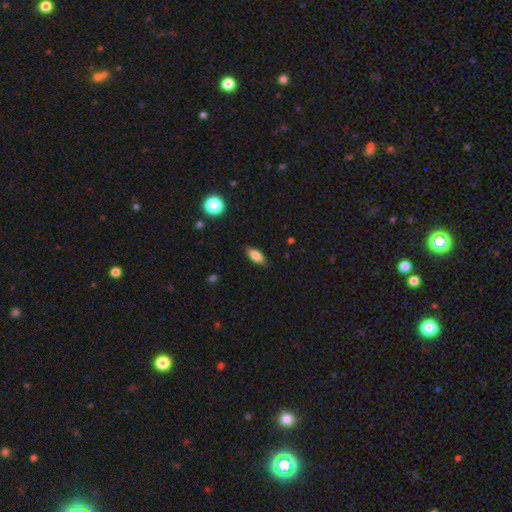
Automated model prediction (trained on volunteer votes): The model was most divided on "how rounded": in between: 80%, cigar-shaped: 17%, round: 3%. More confident: merging — none (86%); smooth or featured — smooth (79%).